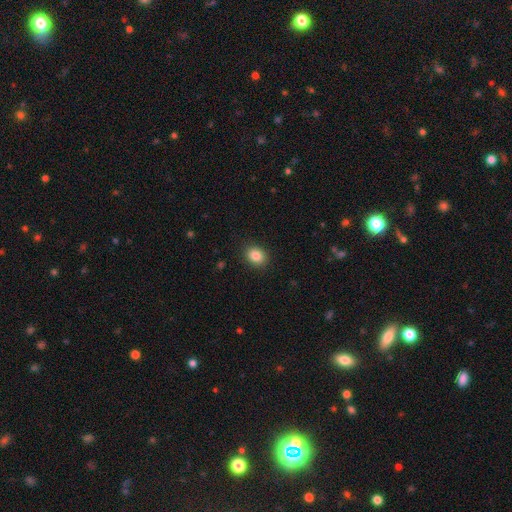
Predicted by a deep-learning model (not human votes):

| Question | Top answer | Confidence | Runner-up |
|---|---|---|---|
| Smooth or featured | smooth | 86% | star or artifact (9%) |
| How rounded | in between | 50% | round (49%) |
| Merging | none | 89% | minor disturbance (8%) |